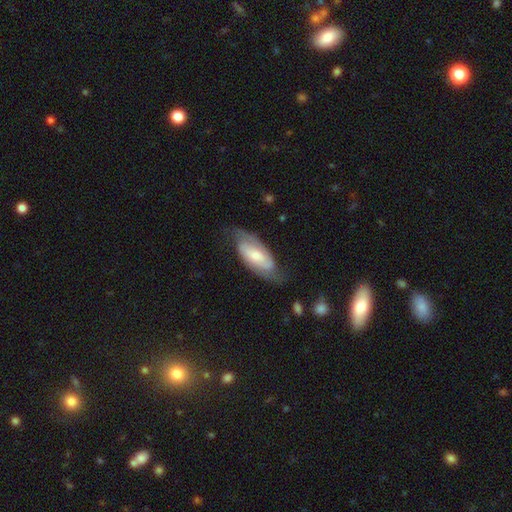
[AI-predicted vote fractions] Q: Smooth or featured?
A: featured or disk (70%); runner-up: smooth (25%)
Q: Edge-on disk?
A: no (92%); runner-up: yes (8%)
Q: Bar?
A: no (48%); runner-up: weak (35%)
Q: Spiral arms?
A: yes (90%); runner-up: no (10%)
Q: Spiral winding?
A: medium (44%); runner-up: tight (31%)
Q: Spiral arm count?
A: 2 (83%); runner-up: can't tell (11%)
Q: Bulge size?
A: small (51%); runner-up: moderate (37%)
Q: Merging?
A: none (65%); runner-up: minor disturbance (22%)